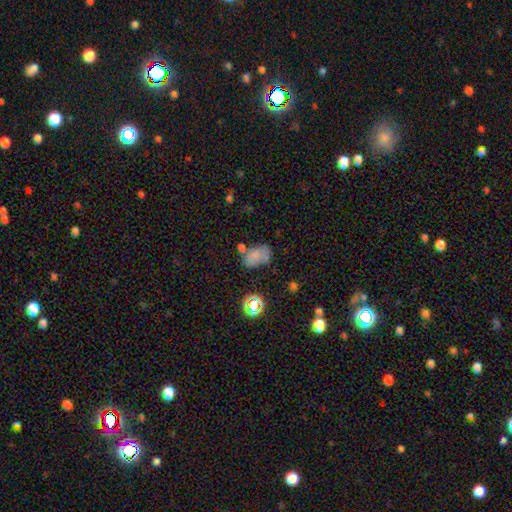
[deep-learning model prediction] Morphology: type=smooth (64%); roundness=in between (84%); merging=none (43%).